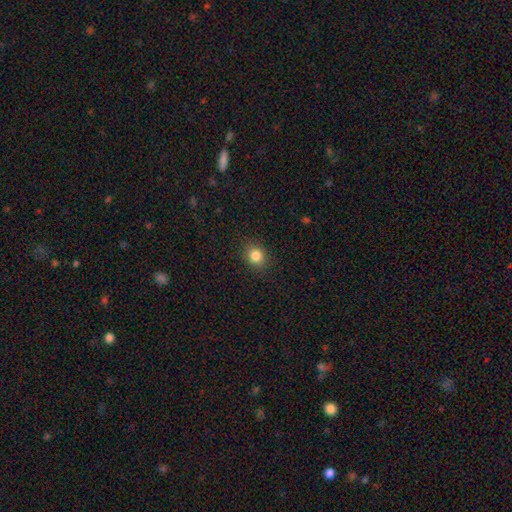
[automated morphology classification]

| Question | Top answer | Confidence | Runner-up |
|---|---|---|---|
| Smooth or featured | smooth | 83% | star or artifact (12%) |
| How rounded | round | 67% | in between (32%) |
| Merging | none | 89% | minor disturbance (8%) |